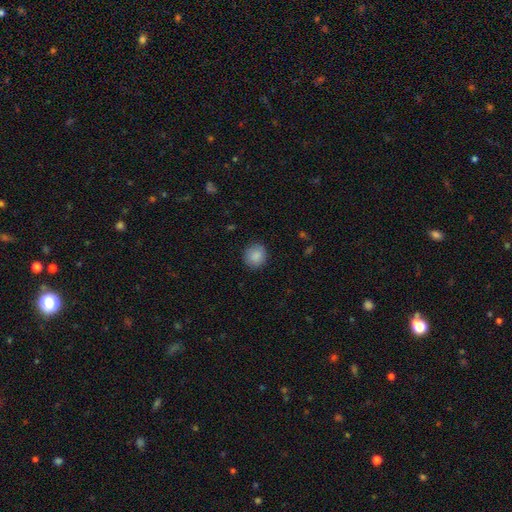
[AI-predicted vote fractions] Q: Smooth or featured?
A: smooth (88%); runner-up: star or artifact (8%)
Q: How rounded?
A: round (85%); runner-up: in between (14%)
Q: Merging?
A: none (89%); runner-up: minor disturbance (8%)